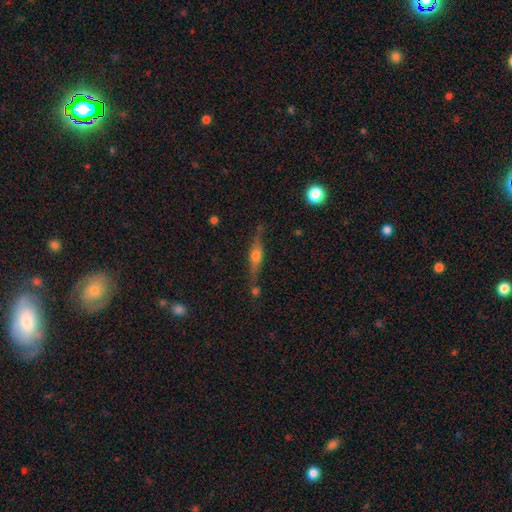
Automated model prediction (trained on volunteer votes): Overall: featured or disk (59%; smooth 33%). Edge-on disk: yes (92%). Edge-on bulge: rounded (90%). Merging: none (73%).